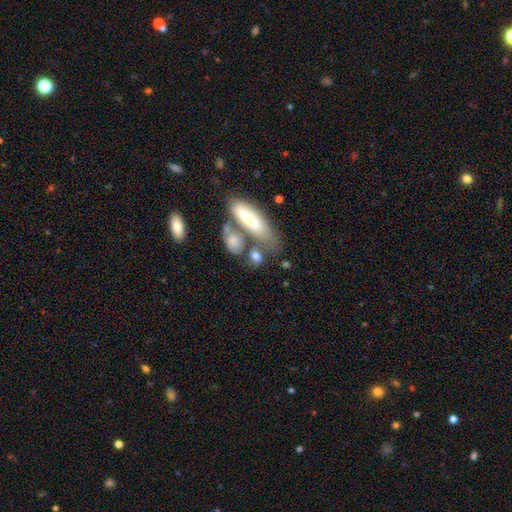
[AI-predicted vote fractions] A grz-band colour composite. It shows a smooth galaxy with no disk features (72%) that is in between round and cigar-shaped (62%). Merging: none (41%).